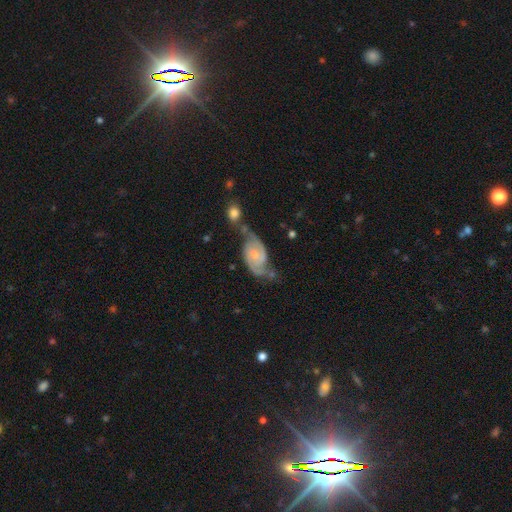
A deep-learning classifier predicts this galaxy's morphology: Smooth or featured? featured or disk (83%)
Edge-on disk? no (97%)
Bar? weak (46%)
Spiral arms? yes (96%)
Spiral winding? medium (51%)
Spiral arm count? 2 (90%)
Bulge size? small (53%)
Merging? none (44%)